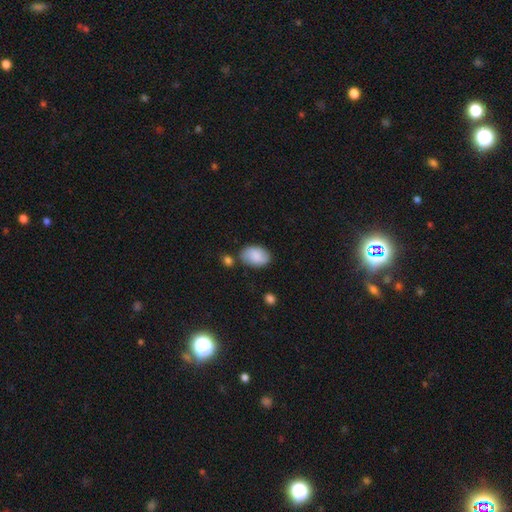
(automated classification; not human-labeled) This appears to be a smooth galaxy with no disk features (83%) that is in between round and cigar-shaped (89%). Merging: none (74%).